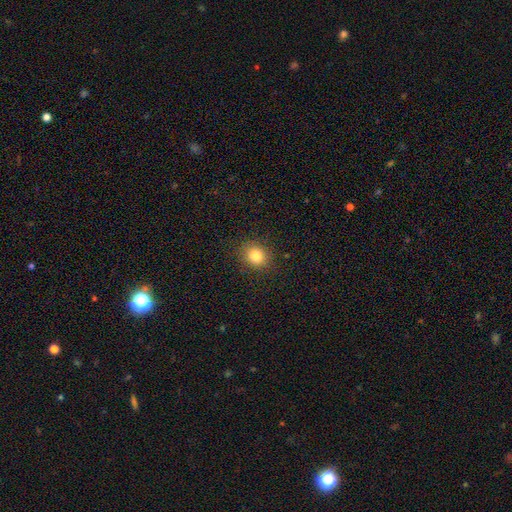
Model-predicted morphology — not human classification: smooth 82%, star or artifact 11%, featured or disk 7%. Down the decision tree: how rounded — round (74%); merging — none (88%).